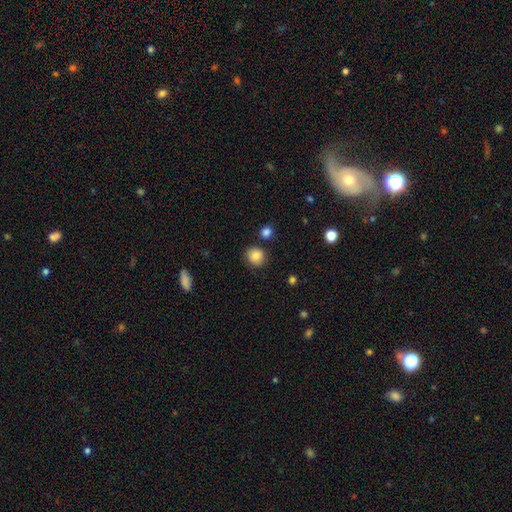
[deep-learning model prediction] smooth 85%, star or artifact 9%, featured or disk 5%. Down the decision tree: how rounded — round (88%); merging — none (84%).